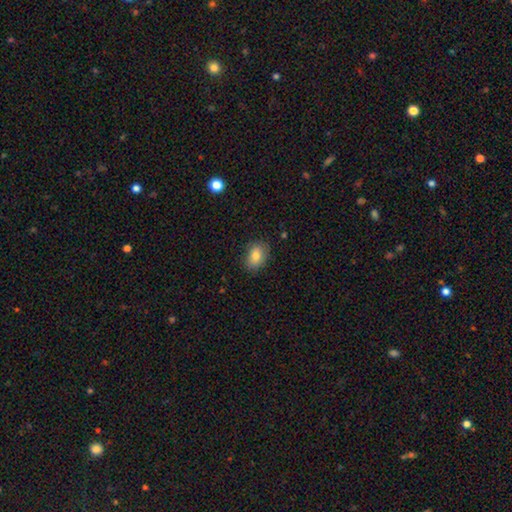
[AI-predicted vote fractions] Smooth or featured? Predicted: smooth (p=0.80). How rounded? Predicted: in between (p=0.78). Merging? Predicted: none (p=0.82).